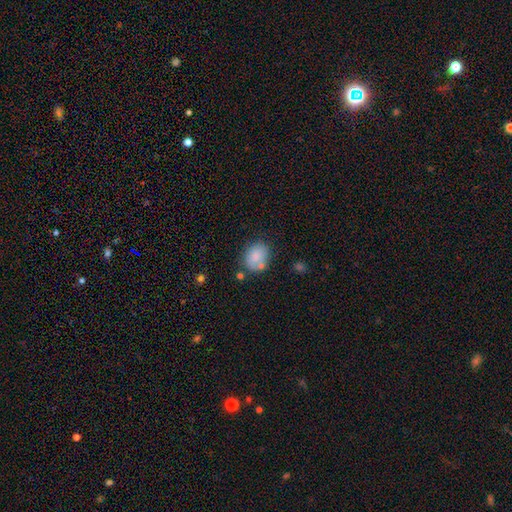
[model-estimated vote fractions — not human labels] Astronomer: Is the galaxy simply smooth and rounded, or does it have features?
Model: smooth — 82%.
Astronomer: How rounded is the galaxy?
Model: in between — 52% (runner-up: round, 47%).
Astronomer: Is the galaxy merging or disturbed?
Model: none — 63%.